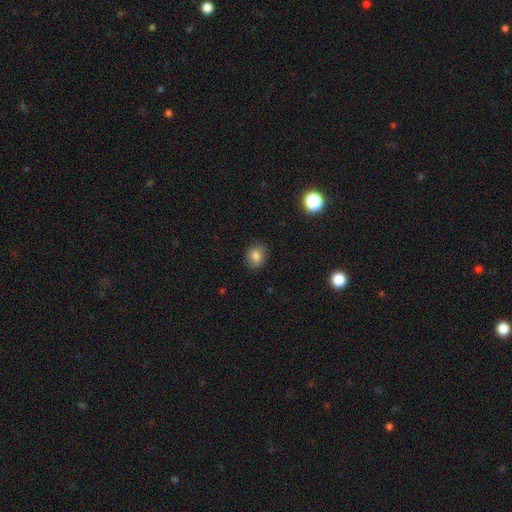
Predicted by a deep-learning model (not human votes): Smooth or featured? smooth (82%)
How rounded? round (57%)
Merging? none (86%)